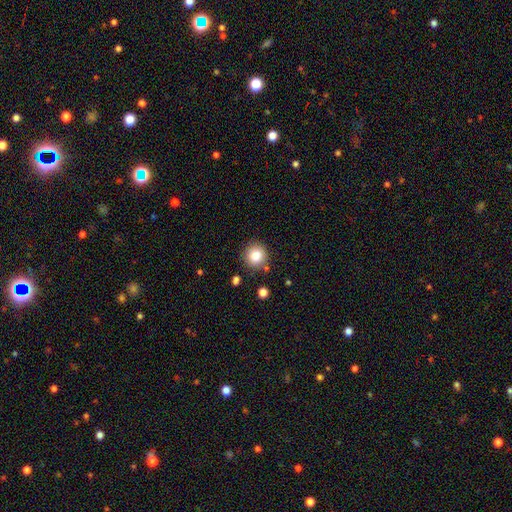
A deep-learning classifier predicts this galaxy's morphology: smooth_or_featured: smooth (p=0.85) [alt: star or artifact p=0.10]
how_rounded: round (p=0.91) [alt: in between p=0.08]
merging: none (p=0.84) [alt: minor disturbance p=0.10]